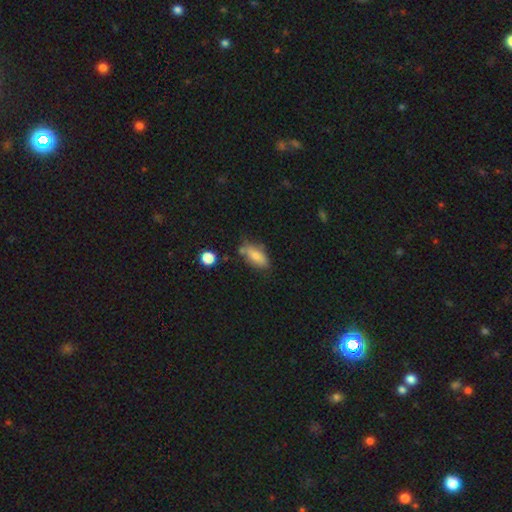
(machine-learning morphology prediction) Smooth or featured? smooth (75%)
How rounded? in between (77%)
Merging? none (60%)